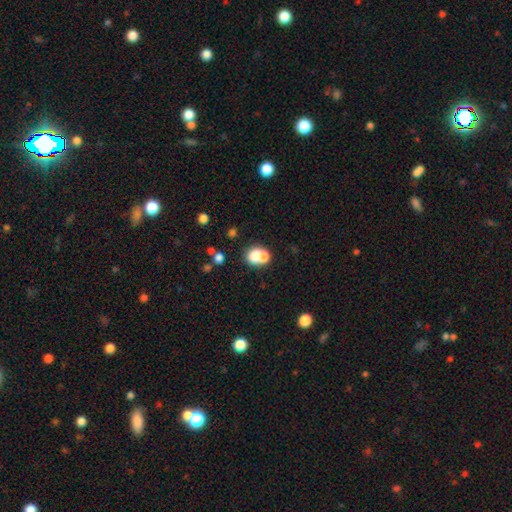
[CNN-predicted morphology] Q: Smooth or featured?
A: smooth (71%); runner-up: featured or disk (18%)
Q: How rounded?
A: round (61%); runner-up: in between (38%)
Q: Merging?
A: merger (56%); runner-up: none (33%)